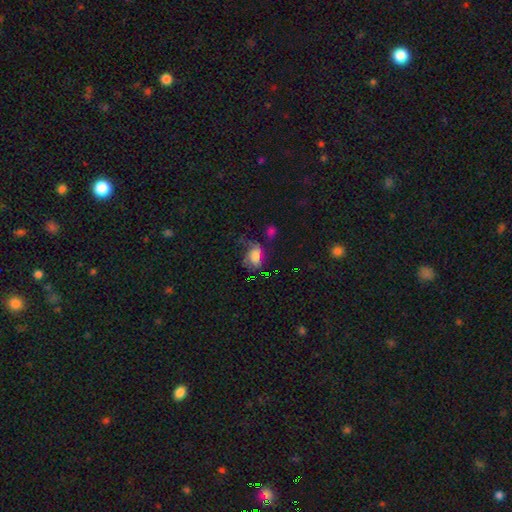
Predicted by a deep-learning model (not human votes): smooth_or_featured: smooth (p=0.48) [alt: featured or disk p=0.30]
merging: none (p=0.38) [alt: major disturbance p=0.32]